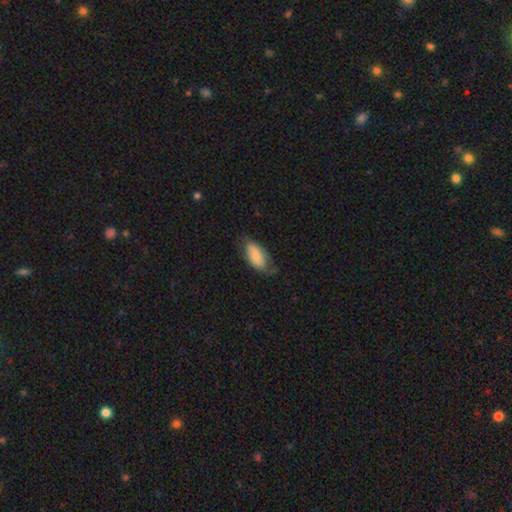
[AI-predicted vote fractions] Morphology: type=smooth (75%); roundness=in between (92%); merging=none (54%).